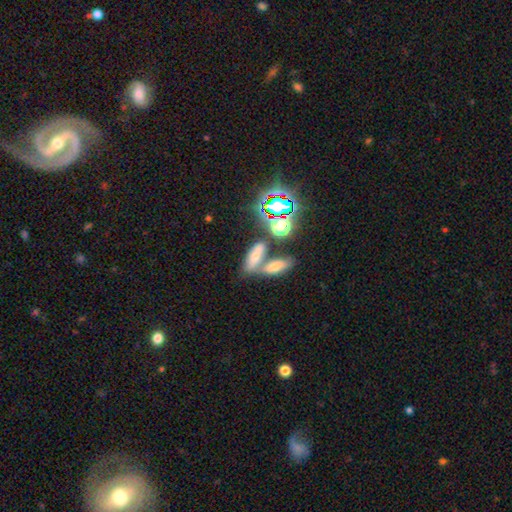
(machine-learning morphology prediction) smooth-or-featured: smooth: 63% | star or artifact: 20% | featured or disk: 17%
  how-rounded: in between: 69% | cigar-shaped: 23% | round: 8%
  merging: merger: 51% | none: 34% | minor disturbance: 10% | major disturbance: 5%